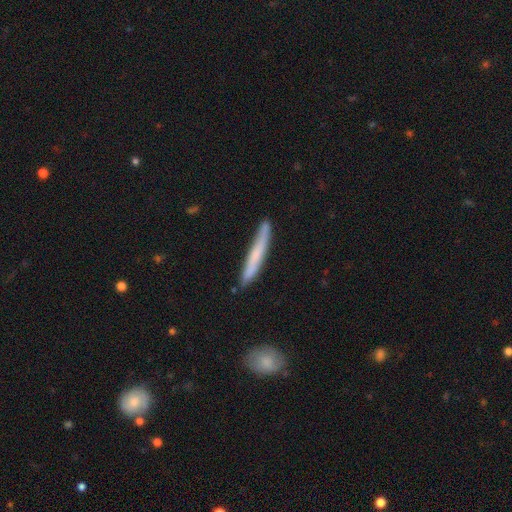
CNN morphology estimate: Q: Smooth or featured?
A: smooth (61%); runner-up: featured or disk (33%)
Q: How rounded?
A: cigar-shaped (96%); runner-up: in between (3%)
Q: Merging?
A: none (81%); runner-up: minor disturbance (14%)